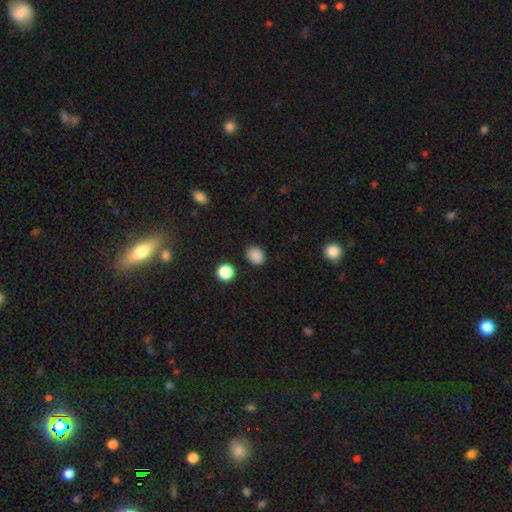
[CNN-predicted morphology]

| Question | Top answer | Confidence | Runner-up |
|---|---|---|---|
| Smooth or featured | smooth | 85% | star or artifact (12%) |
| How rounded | round | 57% | in between (42%) |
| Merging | none | 85% | minor disturbance (10%) |